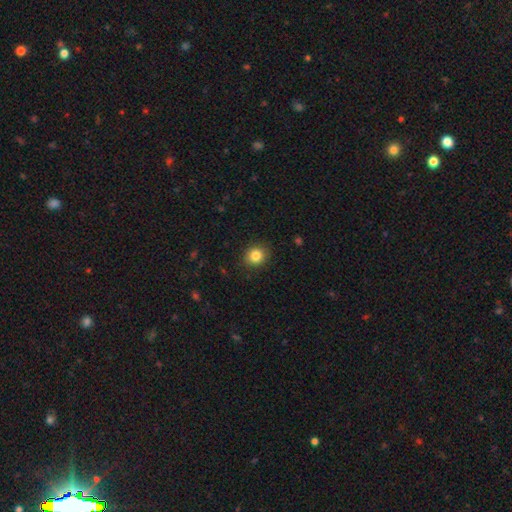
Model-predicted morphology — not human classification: Q: Smooth or featured?
A: smooth (84%); runner-up: star or artifact (10%)
Q: How rounded?
A: round (75%); runner-up: in between (24%)
Q: Merging?
A: none (89%); runner-up: minor disturbance (8%)